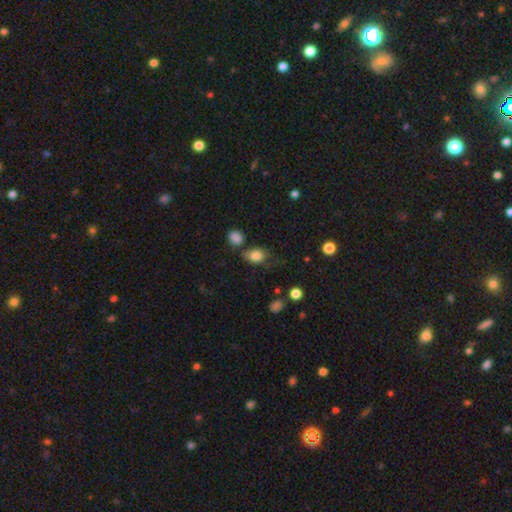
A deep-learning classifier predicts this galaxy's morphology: smooth-or-featured: smooth: 81% | star or artifact: 10% | featured or disk: 9%
  how-rounded: in between: 64% | round: 34% | cigar-shaped: 2%
  merging: none: 53% | minor disturbance: 26% | major disturbance: 12% | merger: 10%